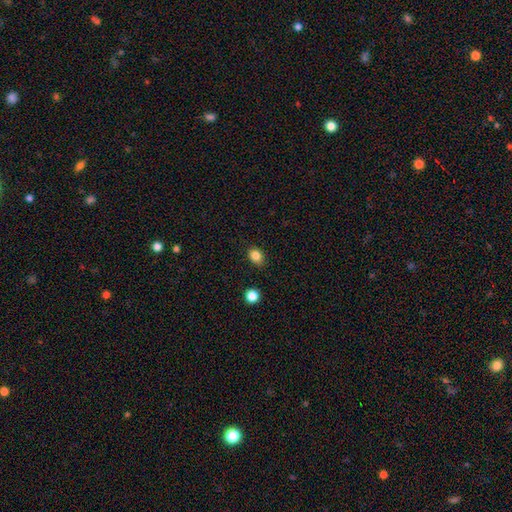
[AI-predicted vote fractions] A smooth galaxy with no disk features (84%) that is in between round and cigar-shaped (62%).

Vote fractions:
- Smooth or featured? smooth: 84% / star or artifact: 11% / featured or disk: 5%
- How rounded? in between: 62% / round: 37% / cigar-shaped: 1%
- Merging? none: 85% / minor disturbance: 11% / major disturbance: 2% / merger: 2%